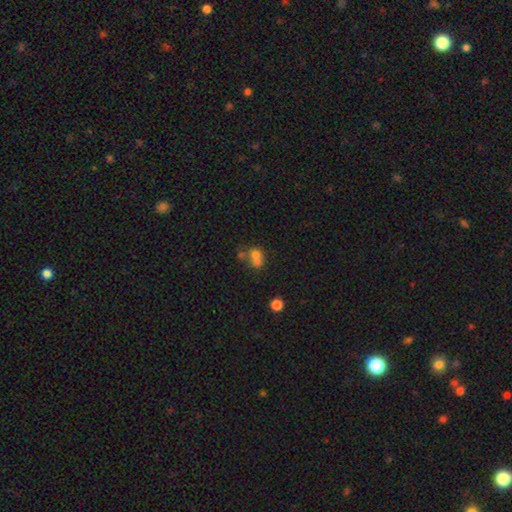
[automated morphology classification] Q: Smooth or featured?
A: smooth (65%); runner-up: featured or disk (19%)
Q: How rounded?
A: round (71%); runner-up: in between (28%)
Q: Merging?
A: merger (58%); runner-up: none (29%)